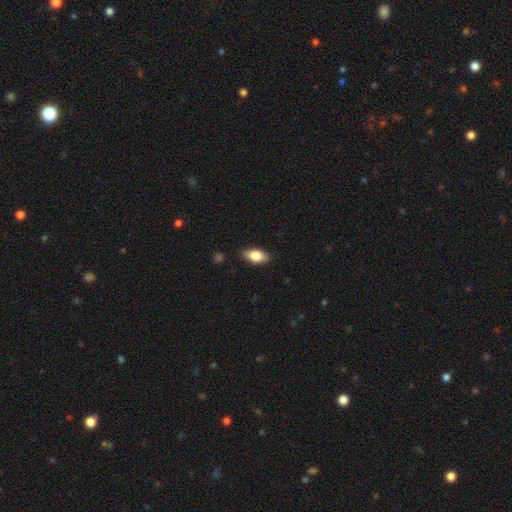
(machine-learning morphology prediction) Overall: smooth (78%). How rounded: in between (87%). Merging: none (85%).